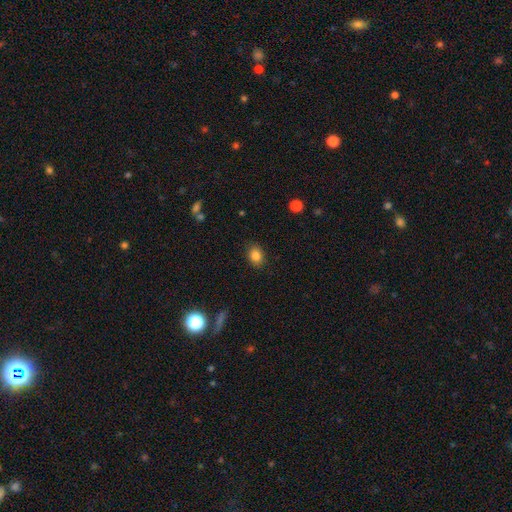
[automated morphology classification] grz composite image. It shows a smooth galaxy with no disk features (84%) that is in between round and cigar-shaped (54%). Merging: none (86%).